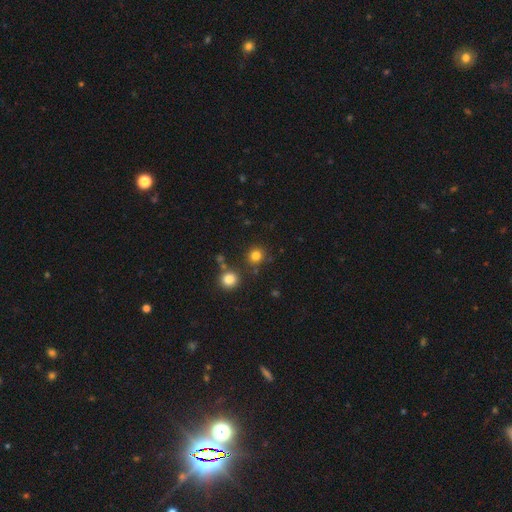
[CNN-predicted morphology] type=smooth (81%); roundness=round (89%); merging=none (82%).